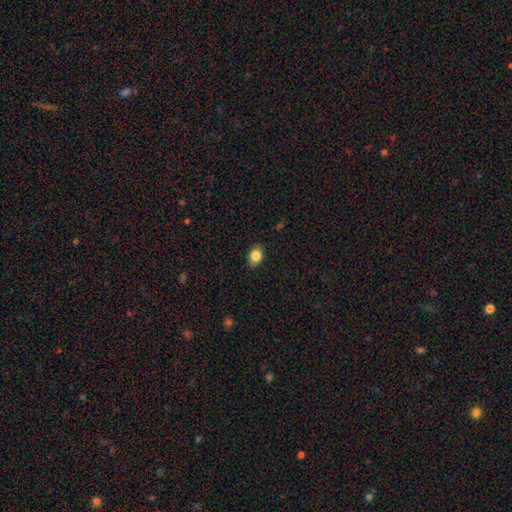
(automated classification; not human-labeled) Smooth or featured? Predicted: smooth (p=0.84). How rounded? Predicted: in between (p=0.67). Merging? Predicted: none (p=0.87).